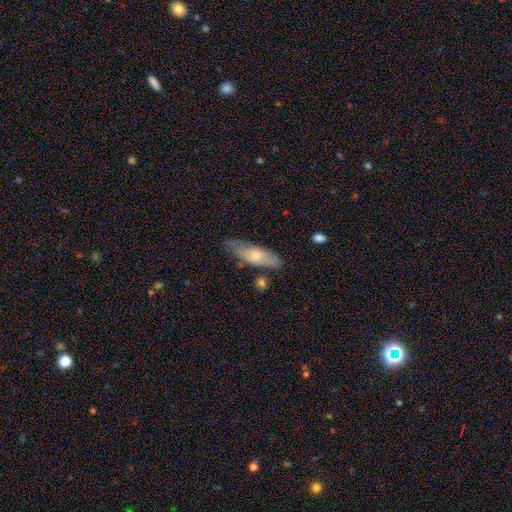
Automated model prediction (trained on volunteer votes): A smooth galaxy with no disk features (61%) that is in between round and cigar-shaped (61%). Merging: none (60%).